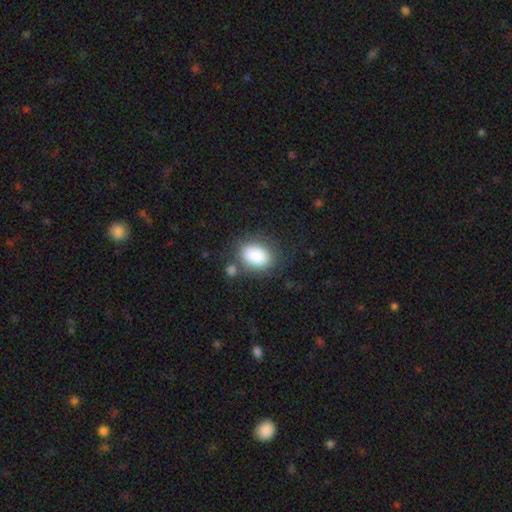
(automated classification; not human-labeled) Smooth or featured? smooth (87%)
How rounded? in between (78%)
Merging? none (69%)